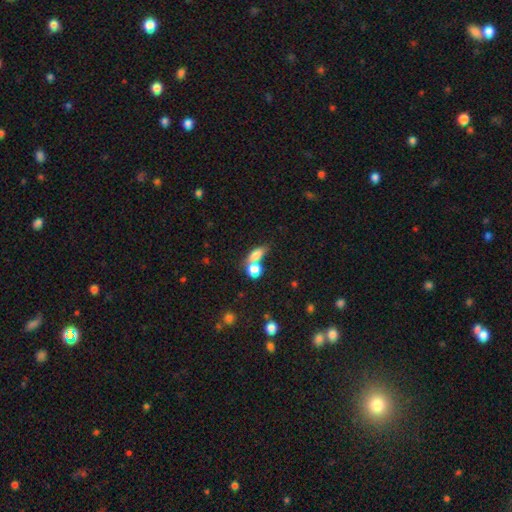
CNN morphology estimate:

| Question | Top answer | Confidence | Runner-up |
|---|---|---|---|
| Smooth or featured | smooth | 76% | featured or disk (13%) |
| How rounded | in between | 69% | round (22%) |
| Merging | merger | 49% | none (35%) |